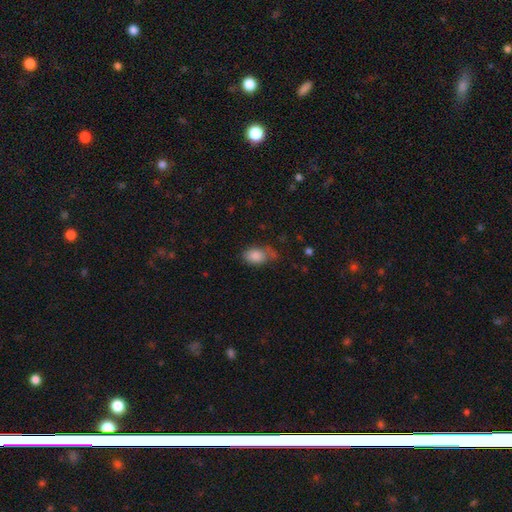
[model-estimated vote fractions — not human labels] Smooth or featured? smooth (85%)
How rounded? in between (83%)
Merging? none (51%)